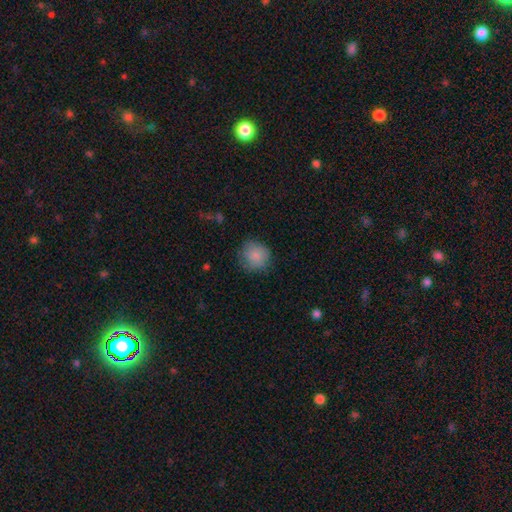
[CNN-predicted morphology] type=smooth (84%); roundness=round (90%); merging=none (76%).